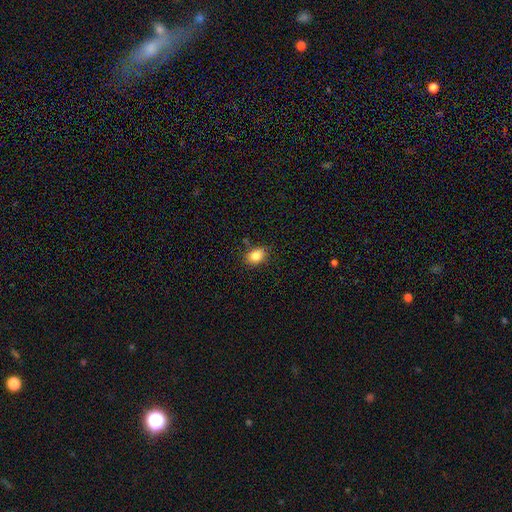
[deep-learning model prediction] Smooth or featured? Predicted: smooth (p=0.84). How rounded? Predicted: in between (p=0.68). Merging? Predicted: none (p=0.78).